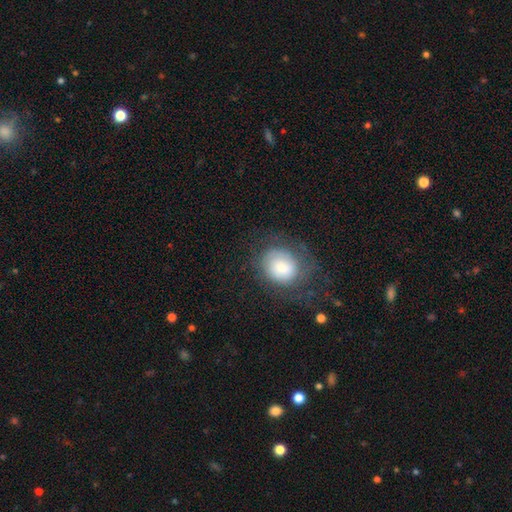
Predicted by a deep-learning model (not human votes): smooth 58%, star or artifact 24%, featured or disk 17%. Down the decision tree: how rounded — round (71%); merging — none (79%).